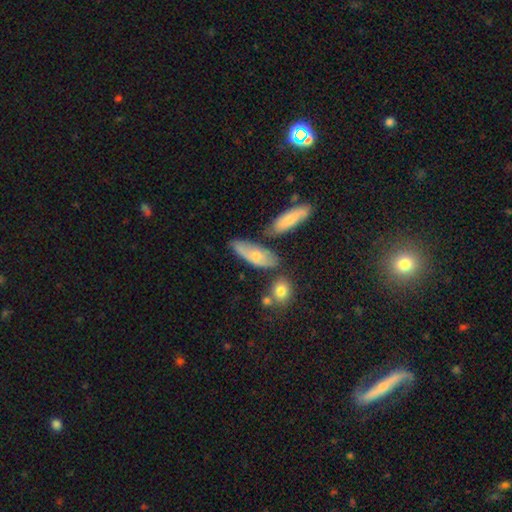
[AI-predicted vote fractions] A smooth galaxy with no disk features (56%) that is in between round and cigar-shaped (67%).

Vote fractions:
- Smooth or featured? smooth: 56% / featured or disk: 36% / star or artifact: 8%
- How rounded? in between: 67% / cigar-shaped: 28% / round: 5%
- Merging? none: 52% / minor disturbance: 26% / merger: 14% / major disturbance: 8%